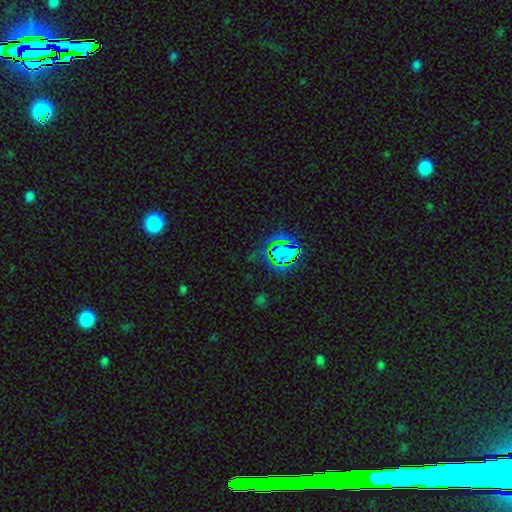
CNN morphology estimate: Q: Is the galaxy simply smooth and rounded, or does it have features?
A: star or artifact — 70%.